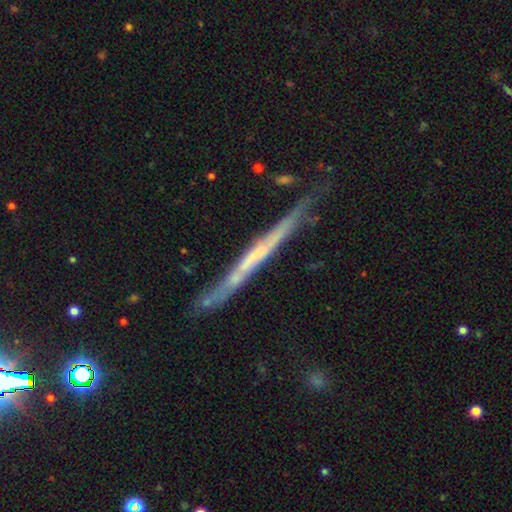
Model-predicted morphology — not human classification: A featured or disk galaxy (66%) viewed edge-on (94%) with no central bulge (80%). Merging: none (72%).